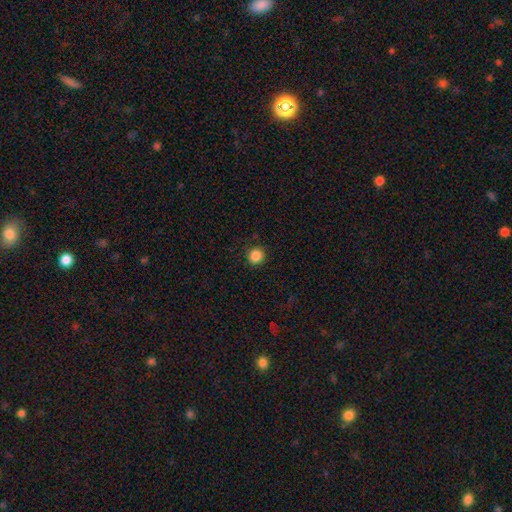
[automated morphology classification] Q: Smooth or featured?
A: smooth (86%); runner-up: star or artifact (10%)
Q: How rounded?
A: round (93%); runner-up: in between (7%)
Q: Merging?
A: none (91%); runner-up: minor disturbance (6%)